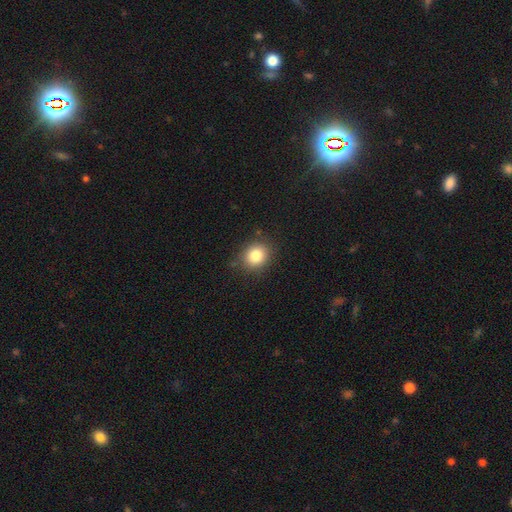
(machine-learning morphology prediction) A smooth galaxy with no disk features (82%) that is round (71%).

Vote fractions:
- Smooth or featured? smooth: 82% / star or artifact: 11% / featured or disk: 7%
- How rounded? round: 71% / in between: 28% / cigar-shaped: 1%
- Merging? none: 84% / minor disturbance: 11% / major disturbance: 3% / merger: 2%